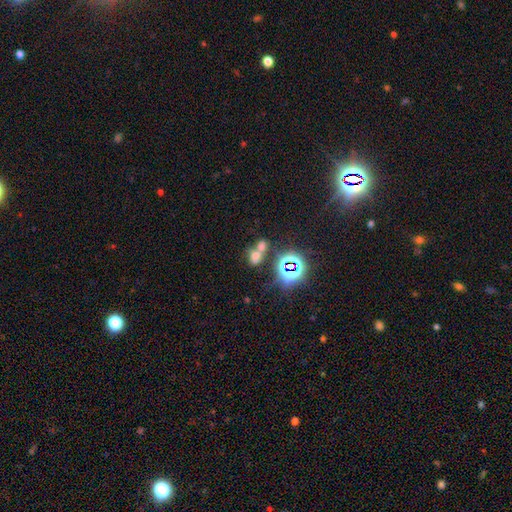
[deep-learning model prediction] Overall: smooth (52%; star or artifact 33%). How rounded: in between (55%; round 43%). Merging: merger (56%; none 30%).